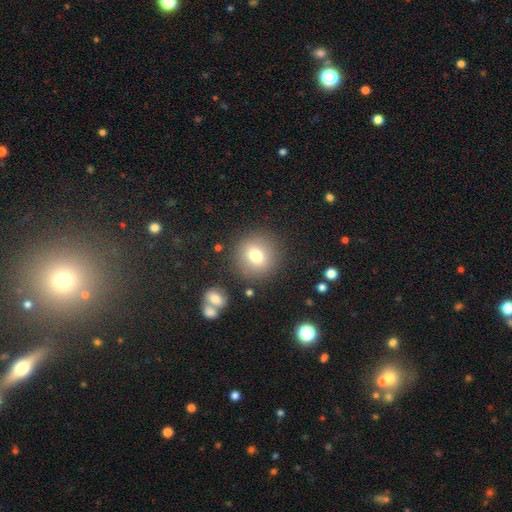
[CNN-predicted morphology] smooth 73%, featured or disk 14%, star or artifact 12%. Down the decision tree: how rounded — round (88%); merging — none (85%).